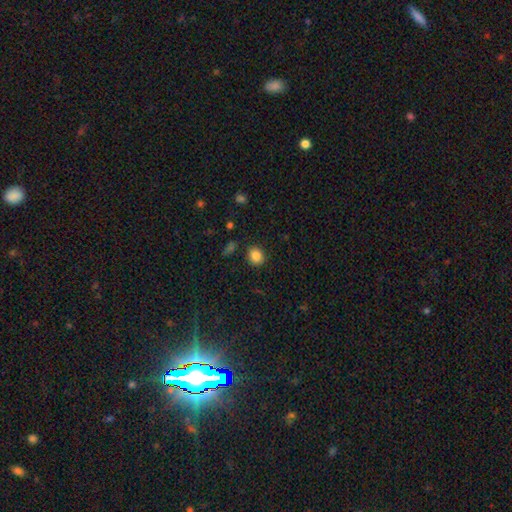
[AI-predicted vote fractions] Morphology: type=smooth (85%); roundness=round (68%); merging=none (86%).